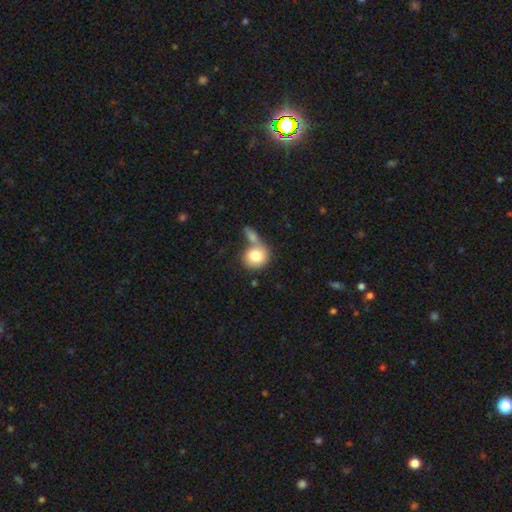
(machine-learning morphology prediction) This is clearly a smooth galaxy (80%). How rounded: likely round (73%). Merging: possibly merger (48%).